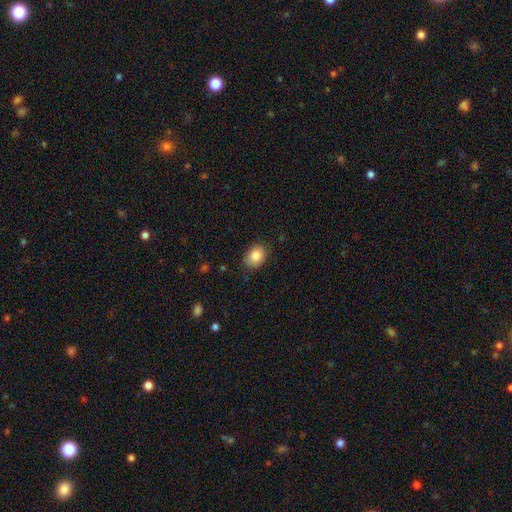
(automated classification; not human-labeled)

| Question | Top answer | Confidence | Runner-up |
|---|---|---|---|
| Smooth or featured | smooth | 86% | star or artifact (8%) |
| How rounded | in between | 64% | round (36%) |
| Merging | none | 81% | minor disturbance (15%) |